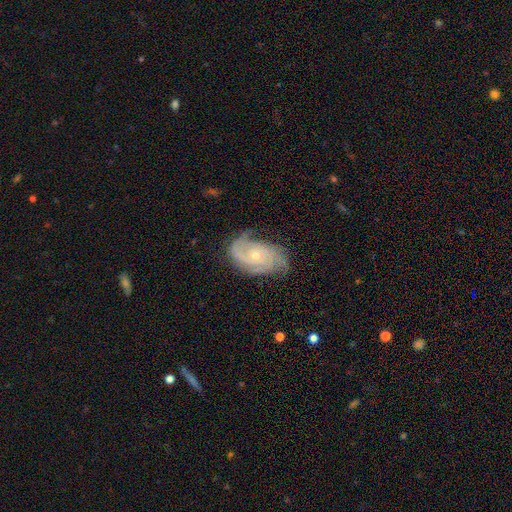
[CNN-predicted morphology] Q: Smooth or featured?
A: featured or disk (85%); runner-up: smooth (10%)
Q: Edge-on disk?
A: no (97%); runner-up: yes (3%)
Q: Bar?
A: no (74%); runner-up: weak (22%)
Q: Spiral arms?
A: yes (97%); runner-up: no (3%)
Q: Spiral winding?
A: tight (50%); runner-up: medium (38%)
Q: Spiral arm count?
A: 3 (32%); runner-up: 2 (27%)
Q: Bulge size?
A: small (72%); runner-up: moderate (25%)
Q: Merging?
A: none (68%); runner-up: minor disturbance (23%)